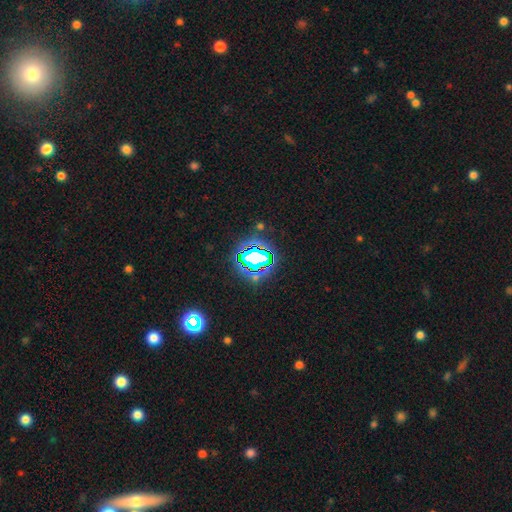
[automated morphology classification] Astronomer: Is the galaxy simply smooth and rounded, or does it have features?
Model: star or artifact — 76%.